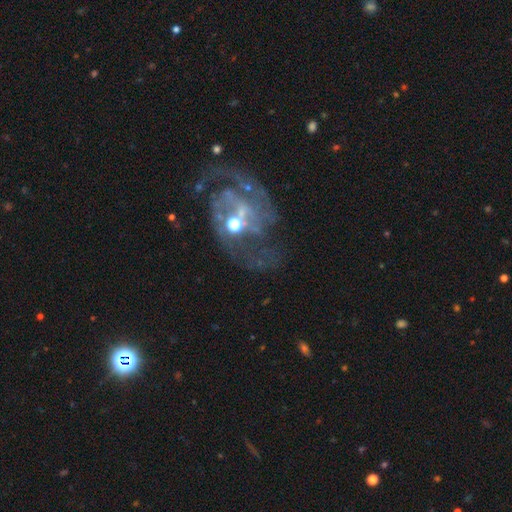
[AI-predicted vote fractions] This appears to be a featured or disk galaxy (85%) with a weak bar (42%), 2 (46%) medium (48%) spiral arms (92%) and a moderate central bulge (55%). Merging: none (58%).